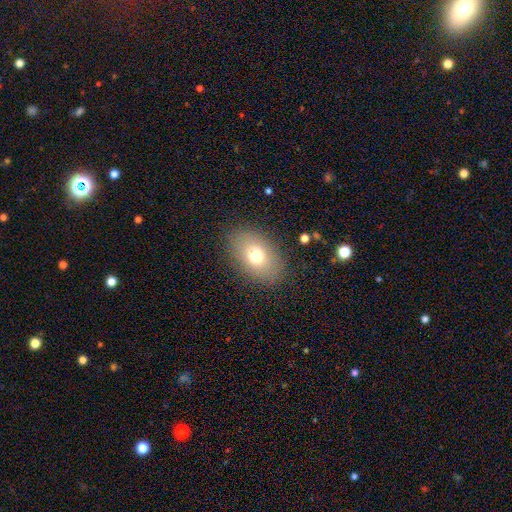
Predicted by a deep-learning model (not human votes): This appears to be a smooth galaxy with no disk features (72%) that is in between round and cigar-shaped (84%). Merging: none (85%).